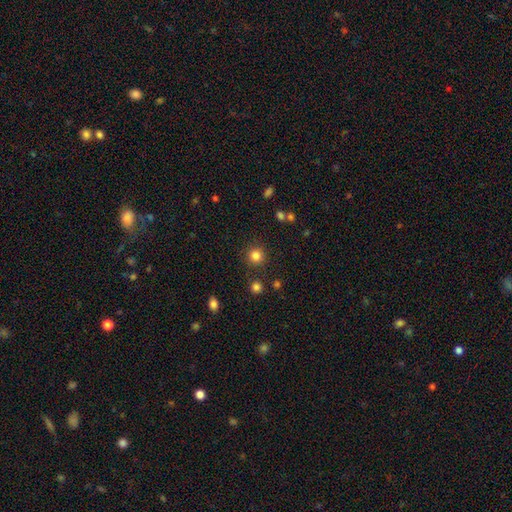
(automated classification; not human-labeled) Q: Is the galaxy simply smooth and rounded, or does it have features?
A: smooth — 83%.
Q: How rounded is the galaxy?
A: round — 94%.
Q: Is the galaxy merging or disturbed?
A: none — 88%.